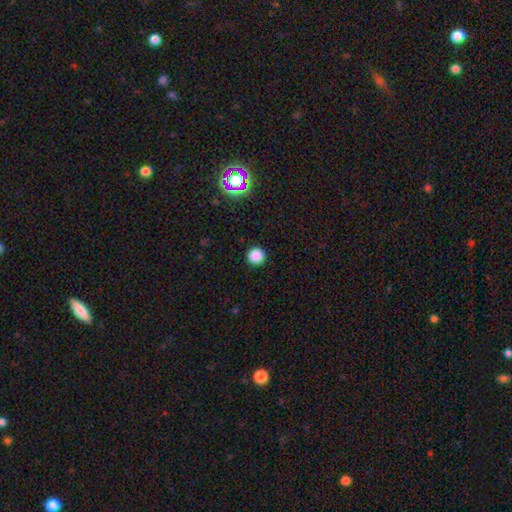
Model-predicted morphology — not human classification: Smooth or featured? smooth (85%)
How rounded? round (96%)
Merging? none (92%)